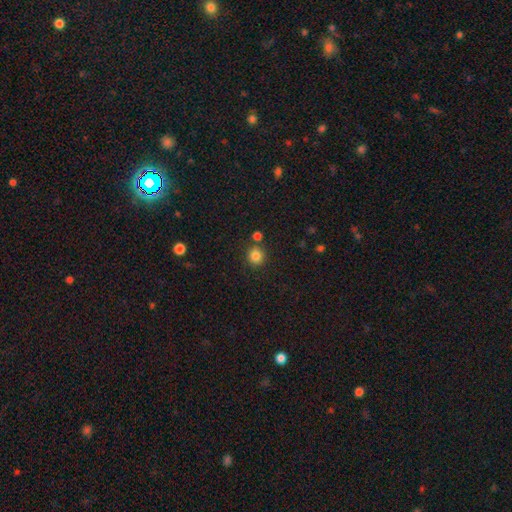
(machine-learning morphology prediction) smooth 84%, star or artifact 12%, featured or disk 5%. Down the decision tree: how rounded — round (92%); merging — none (80%).